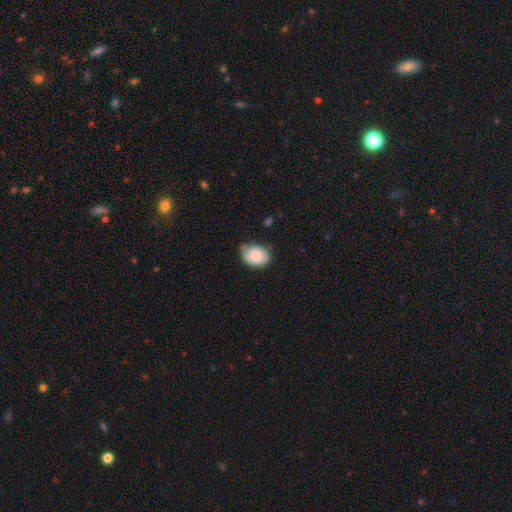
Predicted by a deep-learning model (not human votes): Smooth or featured?
  - smooth: 82% *
  - featured or disk: 11%
  - star or artifact: 7%
How rounded?
  - in between: 72% *
  - round: 27%
  - cigar-shaped: 1%
Merging?
  - none: 54% *
  - minor disturbance: 36%
  - major disturbance: 7%
  - merger: 3%